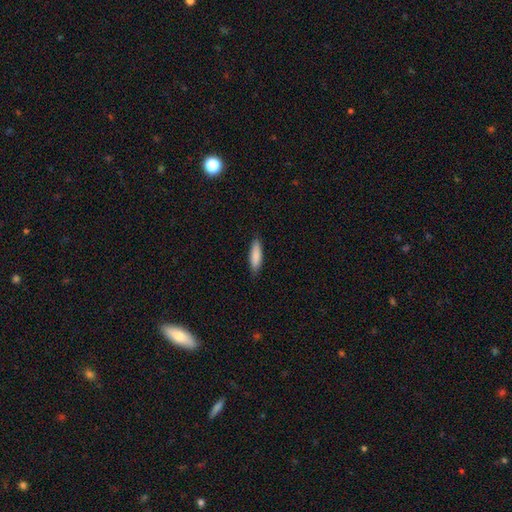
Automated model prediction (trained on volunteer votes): This appears to be a smooth galaxy with no disk features (87%) that is cigar-shaped (59%). Merging: none (86%).